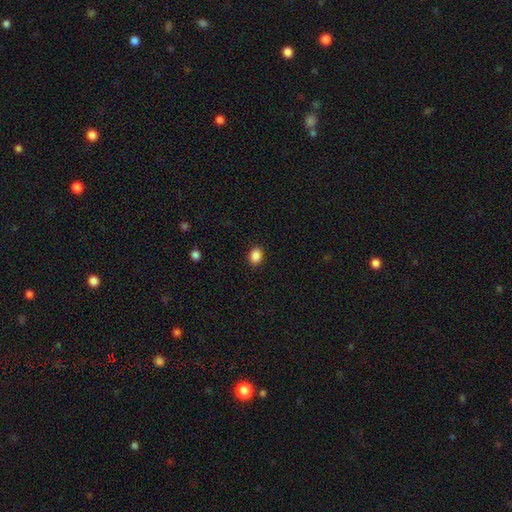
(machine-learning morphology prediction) Q: Smooth or featured?
A: smooth (87%); runner-up: star or artifact (10%)
Q: How rounded?
A: in between (56%); runner-up: round (43%)
Q: Merging?
A: none (89%); runner-up: minor disturbance (8%)